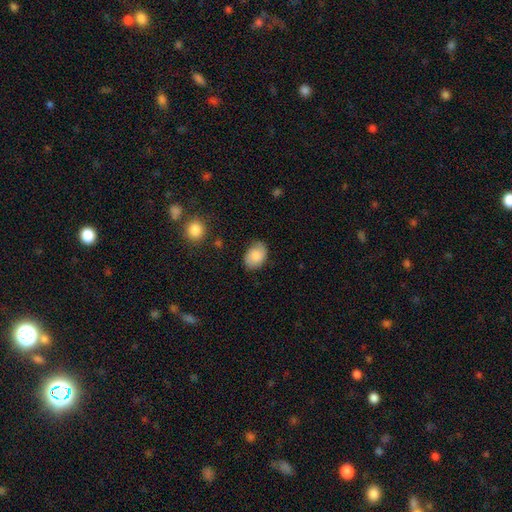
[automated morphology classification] A smooth galaxy with no disk features (80%) that is in between round and cigar-shaped (76%).

Vote fractions:
- Smooth or featured? smooth: 80% / featured or disk: 13% / star or artifact: 7%
- How rounded? in between: 76% / round: 23% / cigar-shaped: 1%
- Merging? none: 73% / minor disturbance: 21% / major disturbance: 4% / merger: 2%